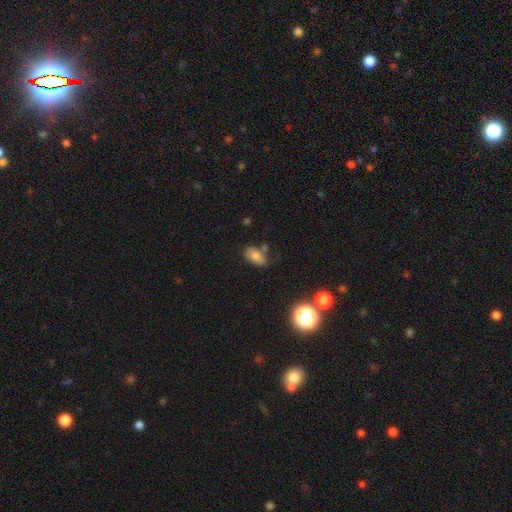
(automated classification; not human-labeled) This appears to be a smooth galaxy with no disk features (69%) that is in between round and cigar-shaped (88%). Merging: none (60%).